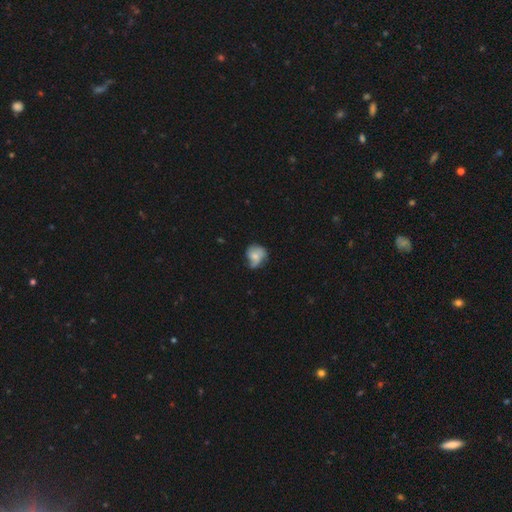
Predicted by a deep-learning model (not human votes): Smooth or featured: smooth — 53% (featured or disk — 38%)
How rounded: round — 63% (in between — 36%)
Merging: none — 40% (minor disturbance — 35%)